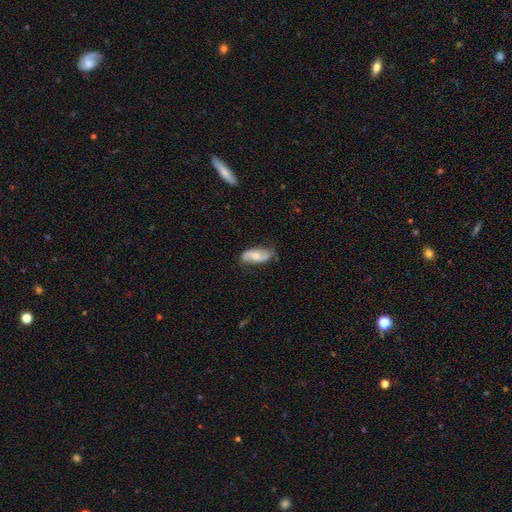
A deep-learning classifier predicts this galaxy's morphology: This is possibly a featured or disk galaxy (55%). It is clearly not viewed edge-on (91%). Bar: possibly no (58%). Spiral arm pattern: clearly yes (87%). Central bulge: possibly moderate (55%). Merging: likely none (71%).